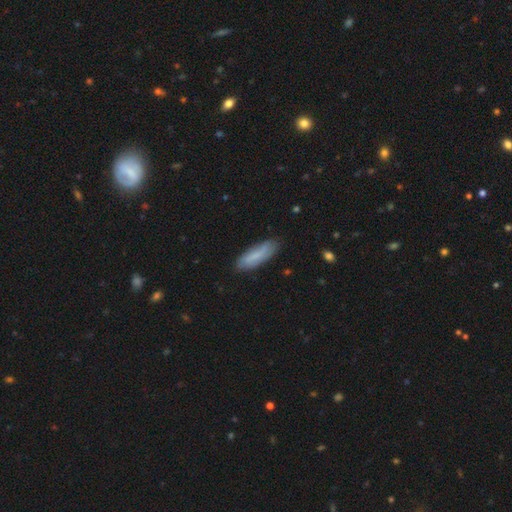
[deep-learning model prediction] Smooth or featured? smooth (73%)
How rounded? in between (51%)
Merging? none (79%)